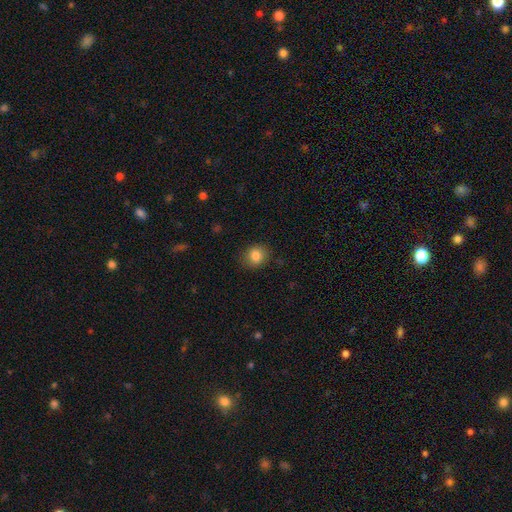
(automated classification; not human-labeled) smooth_or_featured: smooth (p=0.83) [alt: star or artifact p=0.10]
how_rounded: round (p=0.72) [alt: in between p=0.27]
merging: none (p=0.85) [alt: minor disturbance p=0.11]